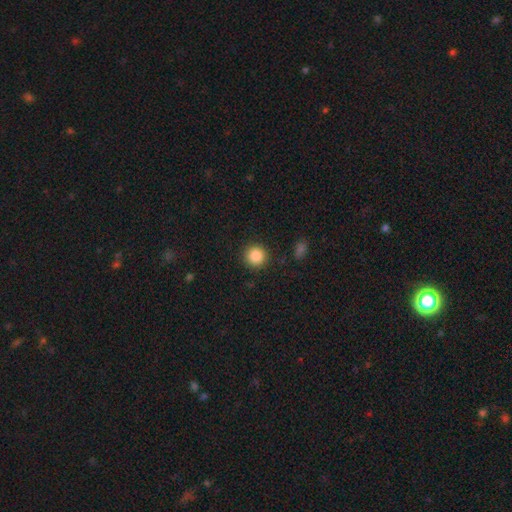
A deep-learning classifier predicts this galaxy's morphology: smooth-or-featured: smooth: 87% | star or artifact: 10% | featured or disk: 4%
  how-rounded: round: 94% | in between: 5% | cigar-shaped: 1%
  merging: none: 91% | minor disturbance: 6% | major disturbance: 2% | merger: 1%